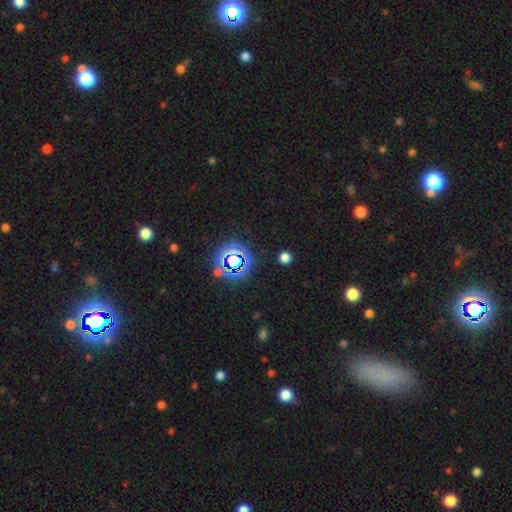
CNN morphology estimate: A star or artifact, not a galaxy (68%).

Vote fractions:
- Smooth or featured? star or artifact: 68% / smooth: 23% / featured or disk: 9%